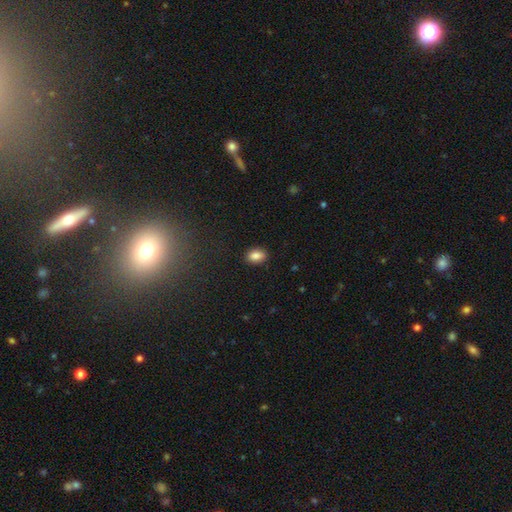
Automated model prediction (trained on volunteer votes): A smooth galaxy with no disk features (86%) that is in between round and cigar-shaped (77%).

Vote fractions:
- Smooth or featured? smooth: 86% / star or artifact: 9% / featured or disk: 5%
- How rounded? in between: 77% / round: 21% / cigar-shaped: 1%
- Merging? none: 88% / minor disturbance: 9% / major disturbance: 2% / merger: 1%